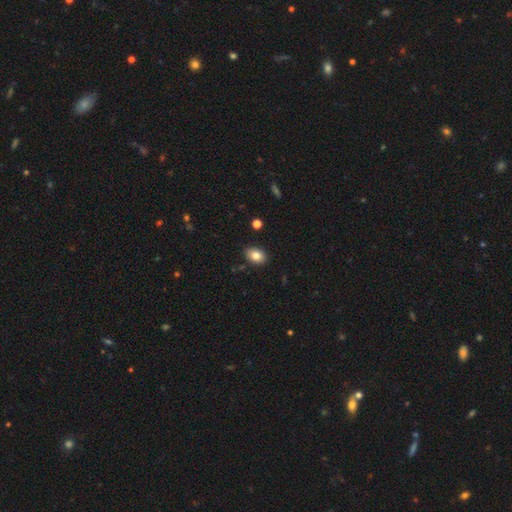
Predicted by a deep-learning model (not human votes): Smooth or featured: smooth — 82% (featured or disk — 10%)
How rounded: in between — 80% (round — 19%)
Merging: none — 87% (minor disturbance — 10%)